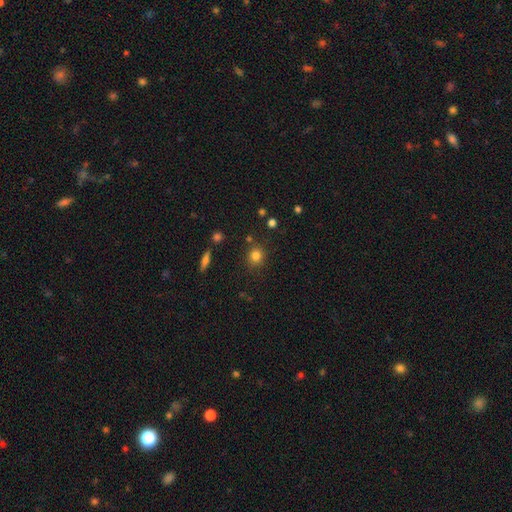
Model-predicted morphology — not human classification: type=smooth (81%); roundness=round (82%); merging=none (82%).